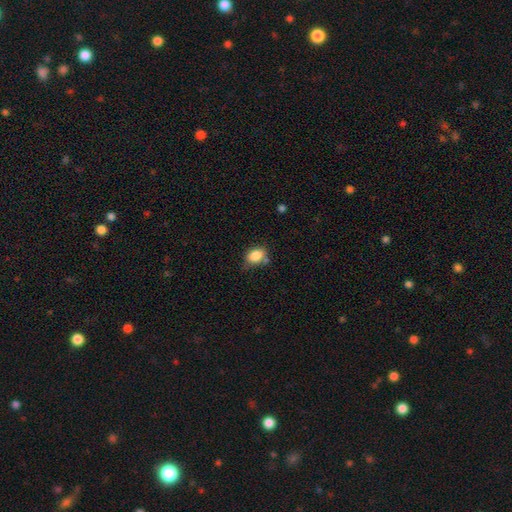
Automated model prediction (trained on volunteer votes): Morphology: type=smooth (85%); roundness=in between (73%); merging=none (61%).